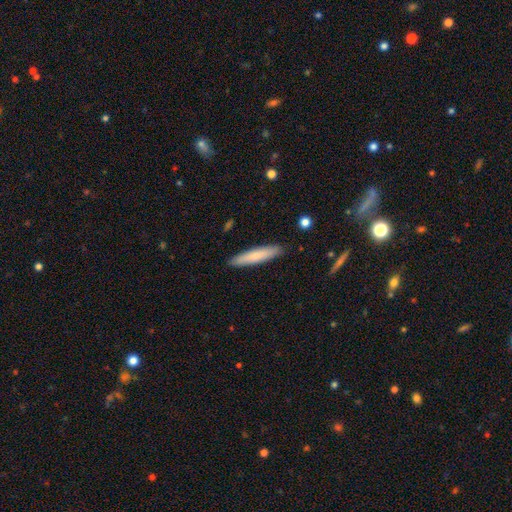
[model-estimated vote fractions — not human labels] smooth 76%, featured or disk 18%, star or artifact 6%. Down the decision tree: how rounded — cigar-shaped (89%); merging — none (90%).